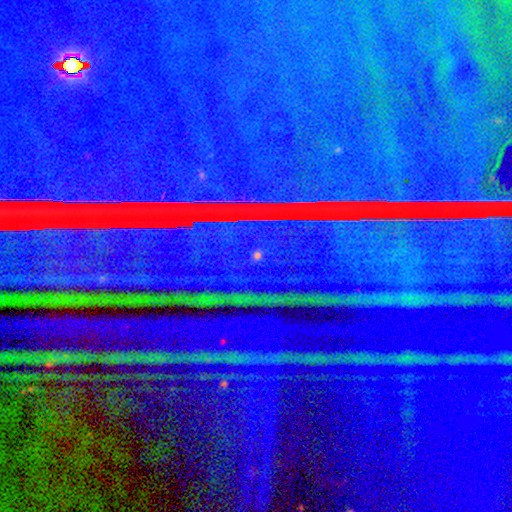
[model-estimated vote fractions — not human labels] The model was most divided on "smooth or featured": star or artifact: 88%, featured or disk: 8%, smooth: 4%.